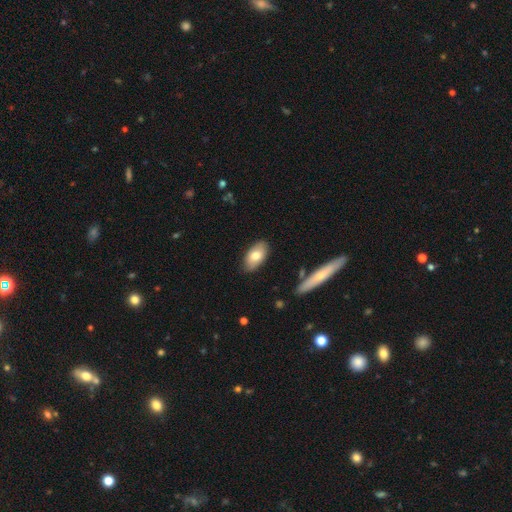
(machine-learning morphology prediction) Q: Smooth or featured?
A: smooth (75%); runner-up: featured or disk (19%)
Q: How rounded?
A: in between (93%); runner-up: round (4%)
Q: Merging?
A: none (85%); runner-up: minor disturbance (11%)